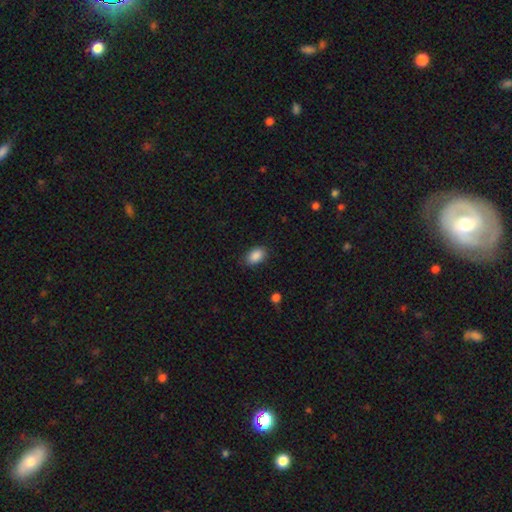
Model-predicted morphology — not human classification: smooth-or-featured: smooth: 89% | star or artifact: 8% | featured or disk: 3%
  how-rounded: in between: 90% | round: 9% | cigar-shaped: 2%
  merging: none: 84% | minor disturbance: 12% | major disturbance: 3% | merger: 1%